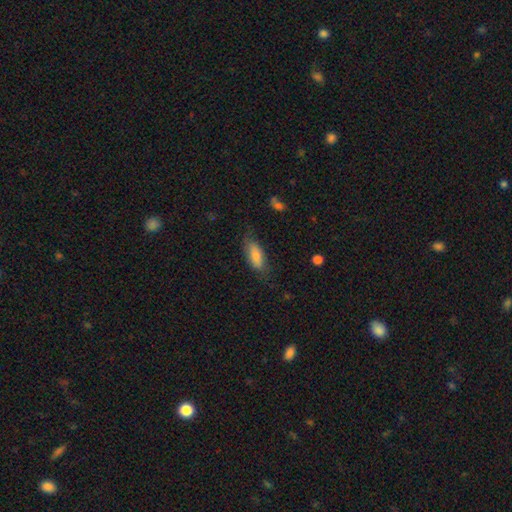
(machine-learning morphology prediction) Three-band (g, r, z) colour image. It shows a smooth galaxy with no disk features (81%) that is in between round and cigar-shaped (72%). Merging: none (70%).